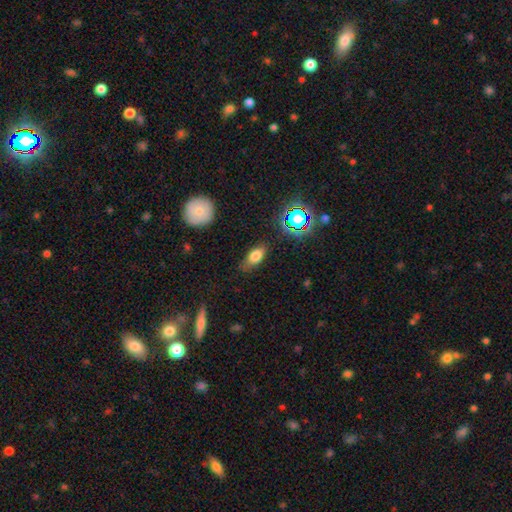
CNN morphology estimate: type=smooth (76%); roundness=in between (82%); merging=none (71%).